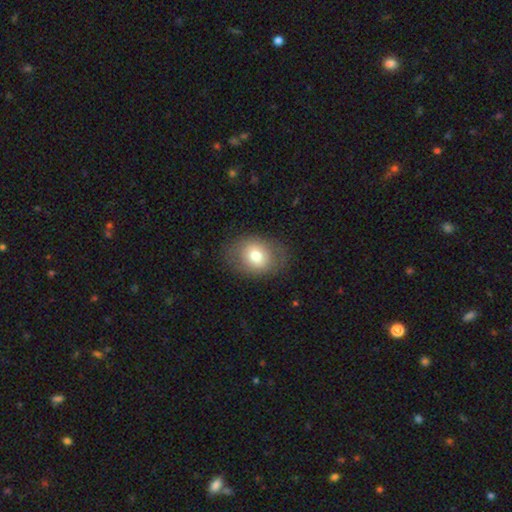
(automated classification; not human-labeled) Smooth or featured?
  - smooth: 72% *
  - featured or disk: 20%
  - star or artifact: 8%
How rounded?
  - in between: 61% *
  - round: 38%
  - cigar-shaped: 1%
Merging?
  - none: 79% *
  - minor disturbance: 13%
  - major disturbance: 6%
  - merger: 1%